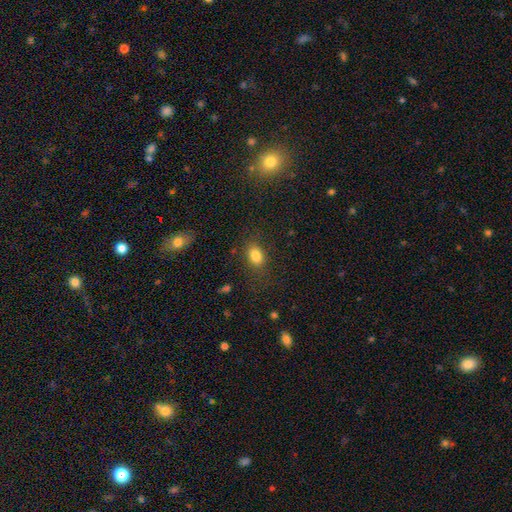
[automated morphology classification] A smooth galaxy with no disk features (82%) that is in between round and cigar-shaped (76%). Merging: none (79%).